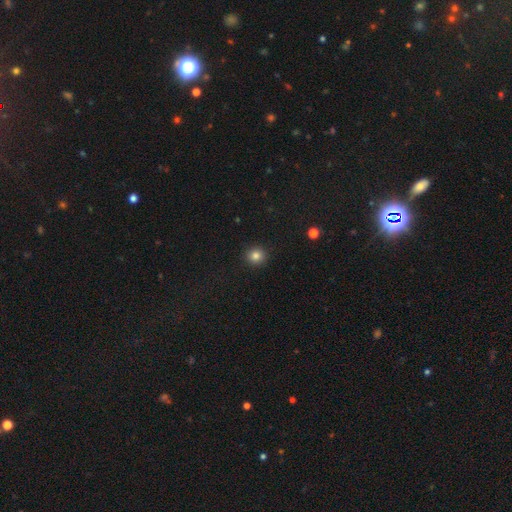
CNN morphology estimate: smooth 83%, star or artifact 12%, featured or disk 5%. Down the decision tree: how rounded — round (89%); merging — none (92%).